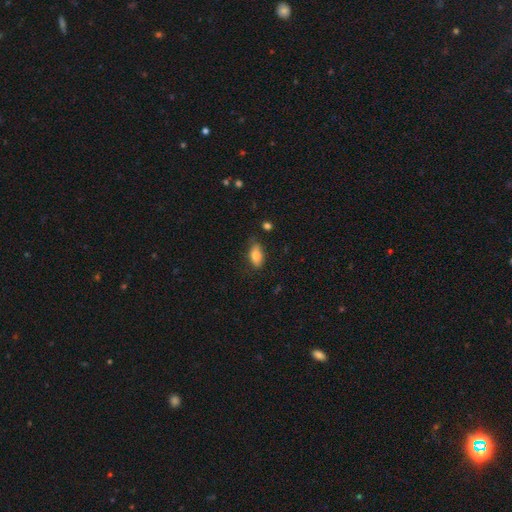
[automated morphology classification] Smooth or featured? Predicted: smooth (p=0.80). How rounded? Predicted: in between (p=0.87). Merging? Predicted: none (p=0.75).